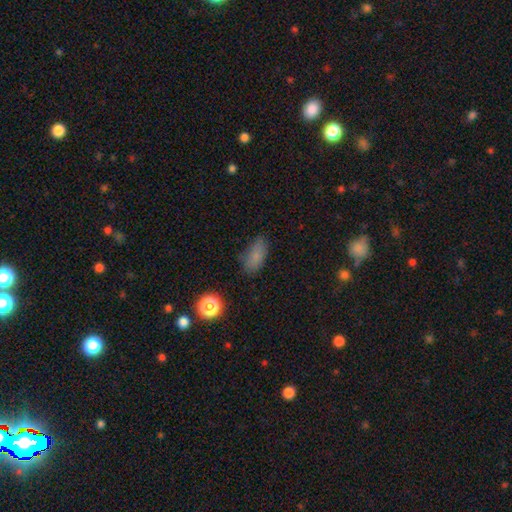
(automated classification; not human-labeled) A smooth galaxy with no disk features (80%) that is in between round and cigar-shaped (87%).

Vote fractions:
- Smooth or featured? smooth: 80% / star or artifact: 12% / featured or disk: 8%
- How rounded? in between: 87% / cigar-shaped: 7% / round: 6%
- Merging? none: 74% / minor disturbance: 20% / major disturbance: 5% / merger: 2%